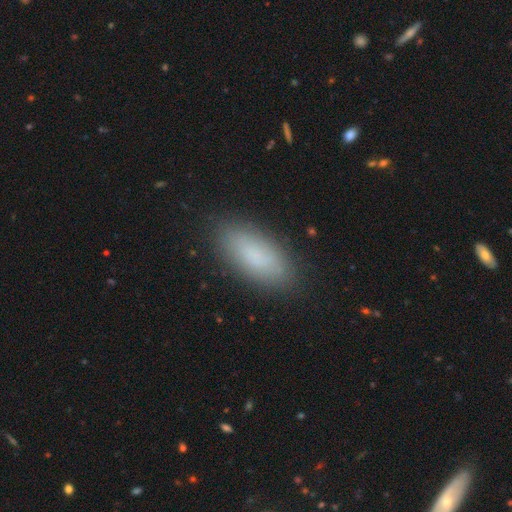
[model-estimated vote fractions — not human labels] Smooth or featured: smooth — 82% (featured or disk — 10%)
How rounded: in between — 86% (cigar-shaped — 12%)
Merging: none — 86% (minor disturbance — 10%)